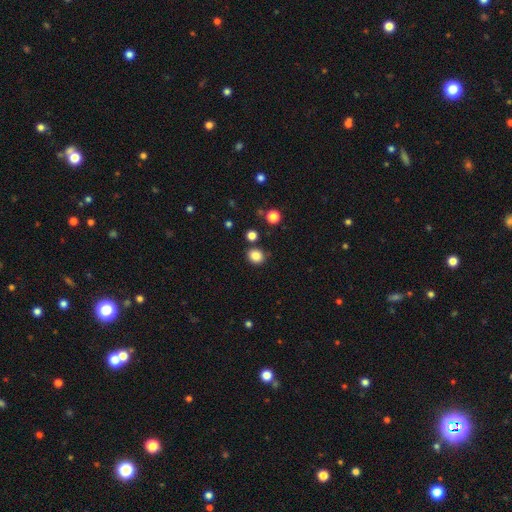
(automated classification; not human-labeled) Smooth or featured: smooth — 85% (star or artifact — 11%)
How rounded: round — 77% (in between — 22%)
Merging: none — 83% (minor disturbance — 9%)